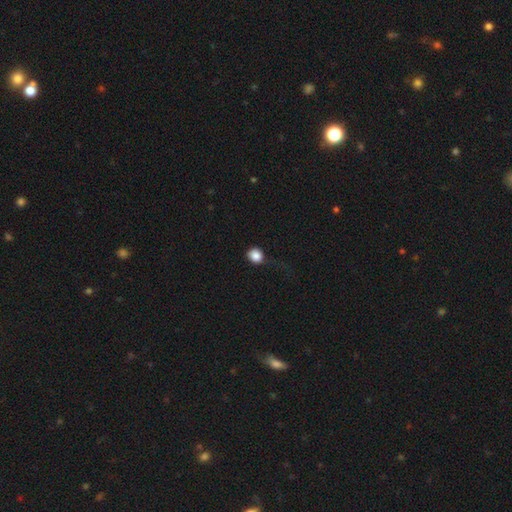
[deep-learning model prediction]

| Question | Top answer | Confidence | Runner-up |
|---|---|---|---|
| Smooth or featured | smooth | 85% | star or artifact (10%) |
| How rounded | round | 81% | in between (18%) |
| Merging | none | 57% | minor disturbance (26%) |